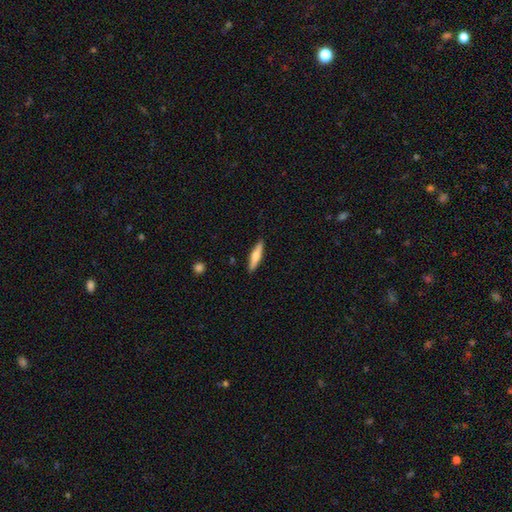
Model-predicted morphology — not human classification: Smooth or featured?
  - smooth: 57% *
  - featured or disk: 38%
  - star or artifact: 5%
How rounded?
  - cigar-shaped: 80% *
  - in between: 18%
  - round: 2%
Merging?
  - none: 90% *
  - minor disturbance: 7%
  - major disturbance: 2%
  - merger: 1%